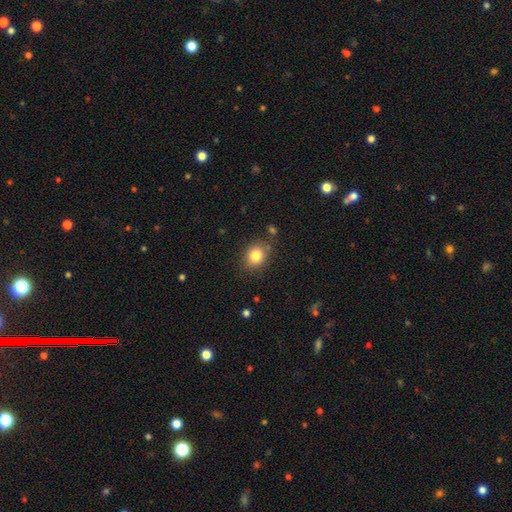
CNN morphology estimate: Smooth or featured: smooth — 82% (star or artifact — 10%)
How rounded: round — 66% (in between — 33%)
Merging: none — 81% (minor disturbance — 12%)